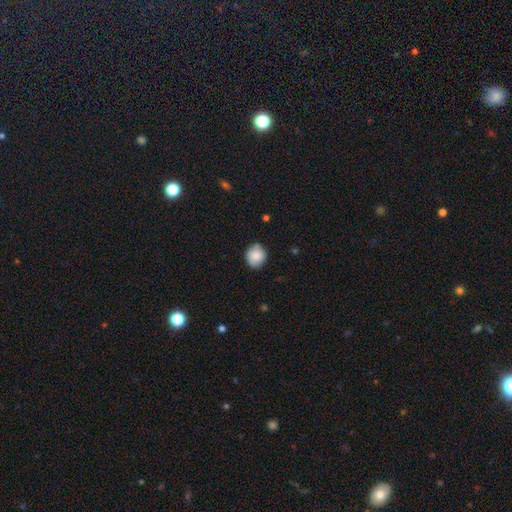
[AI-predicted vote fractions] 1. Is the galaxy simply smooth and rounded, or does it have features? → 85% smooth, 8% star or artifact, 8% featured or disk.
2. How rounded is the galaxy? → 85% round, 14% in between, 1% cigar-shaped.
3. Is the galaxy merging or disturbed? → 80% none, 15% minor disturbance, 3% major disturbance, 3% merger.